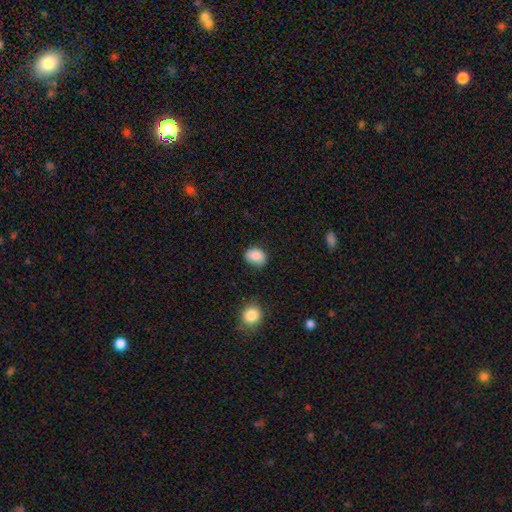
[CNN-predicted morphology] Smooth or featured? smooth (86%)
How rounded? in between (62%)
Merging? none (72%)